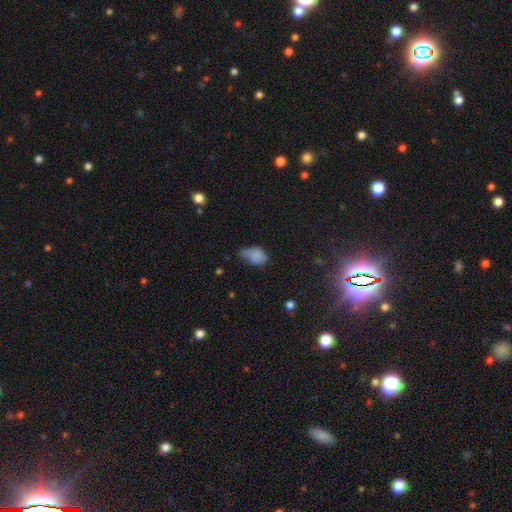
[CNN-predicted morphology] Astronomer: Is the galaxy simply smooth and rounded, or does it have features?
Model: smooth — 74%.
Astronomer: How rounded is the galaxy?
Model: in between — 79%.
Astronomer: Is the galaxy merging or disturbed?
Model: minor disturbance — 47% (runner-up: major disturbance, 25%).